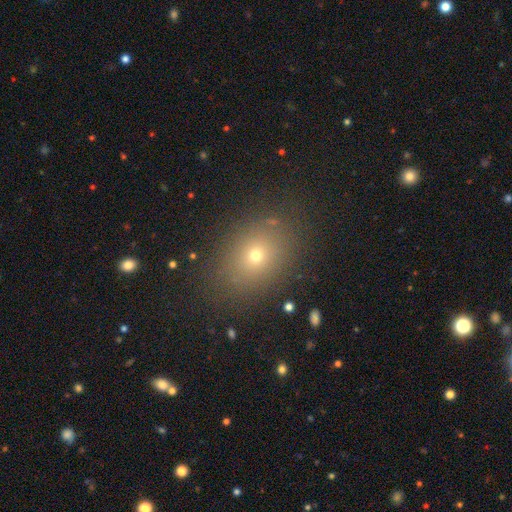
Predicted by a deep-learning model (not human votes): Smooth or featured?
  - smooth: 65% *
  - star or artifact: 21%
  - featured or disk: 13%
How rounded?
  - in between: 56% *
  - round: 43%
  - cigar-shaped: 1%
Merging?
  - none: 84% *
  - minor disturbance: 10%
  - major disturbance: 4%
  - merger: 2%